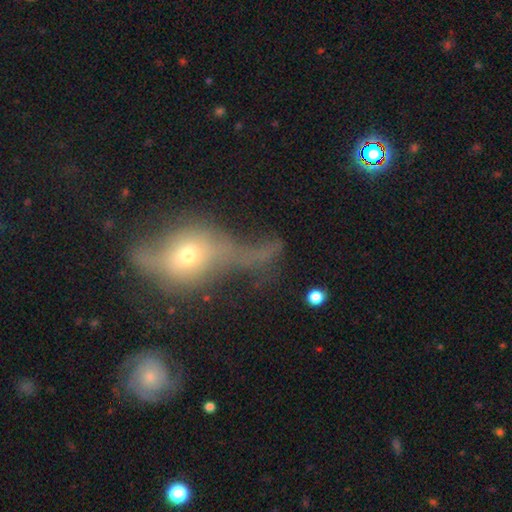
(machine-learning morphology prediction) This appears to be a featured or disk galaxy (45%). Merging: major disturbance (39%).